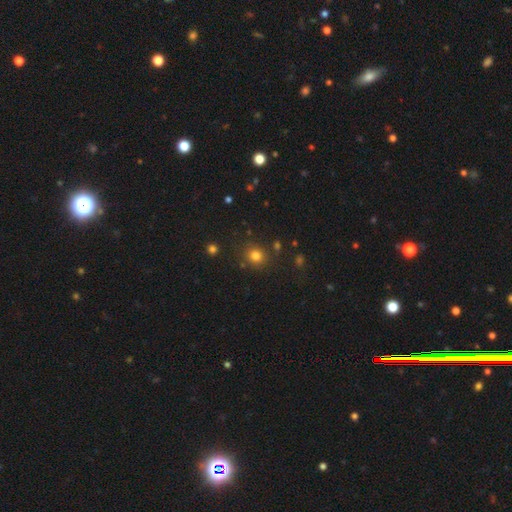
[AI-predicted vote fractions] The model was most divided on "smooth or featured": smooth: 79%, star or artifact: 15%, featured or disk: 6%. More confident: how rounded — round (83%); merging — none (82%).